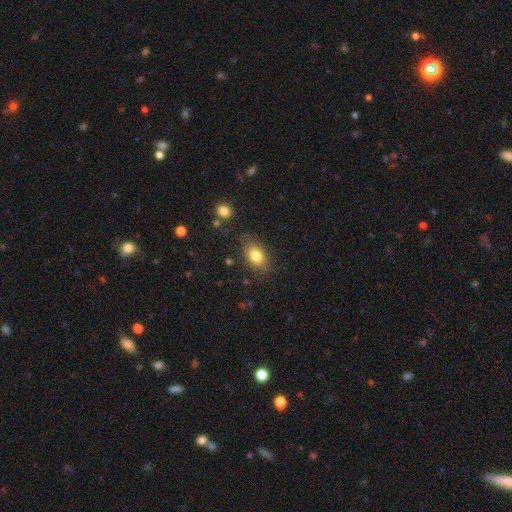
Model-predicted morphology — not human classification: smooth 80%, featured or disk 12%, star or artifact 8%. Down the decision tree: how rounded — in between (84%); merging — none (76%).